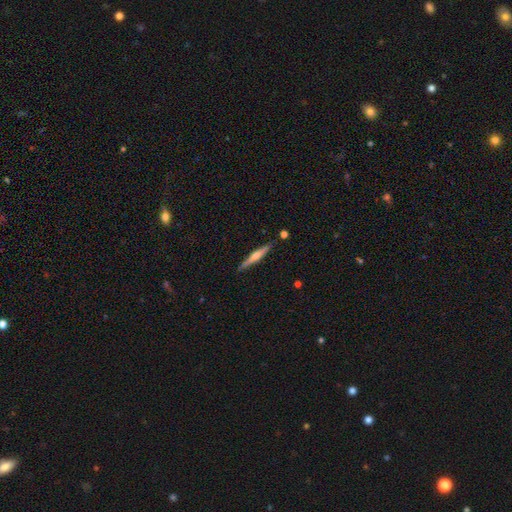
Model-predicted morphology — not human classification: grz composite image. It shows a featured or disk galaxy (65%) viewed edge-on (98%) with a rounded central bulge (80%). Merging: none (90%).